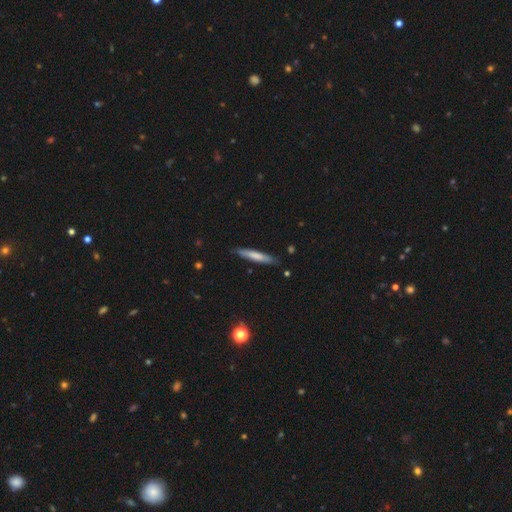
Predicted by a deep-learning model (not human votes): Smooth or featured: smooth — 69% (featured or disk — 25%)
How rounded: cigar-shaped — 92% (in between — 7%)
Merging: none — 83% (minor disturbance — 14%)